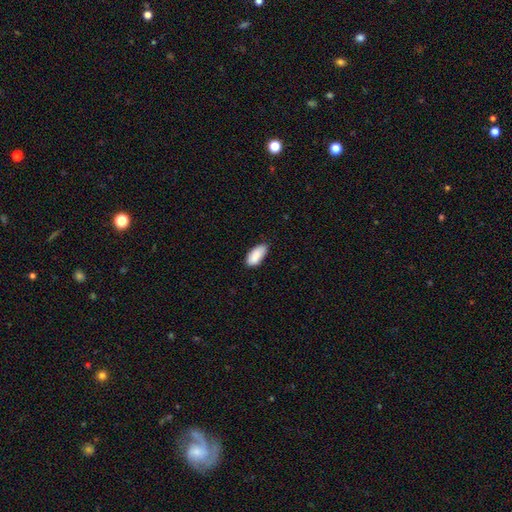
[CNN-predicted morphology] The model was most divided on "merging": none: 76%, minor disturbance: 20%, major disturbance: 3%, merger: 1%. More confident: how rounded — in between (91%); smooth or featured — smooth (89%).